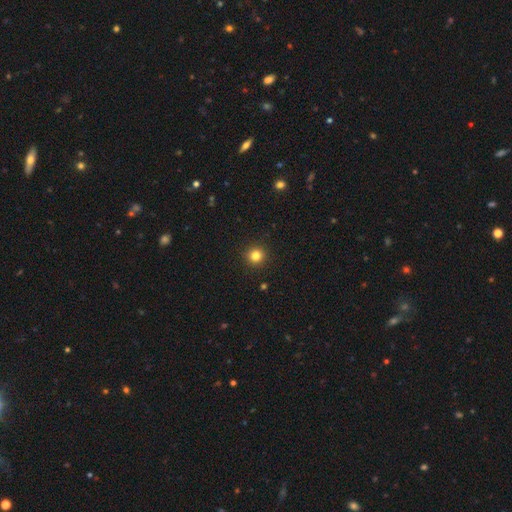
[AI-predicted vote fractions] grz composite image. It shows a smooth galaxy with no disk features (83%) that is round (95%). Merging: none (93%).